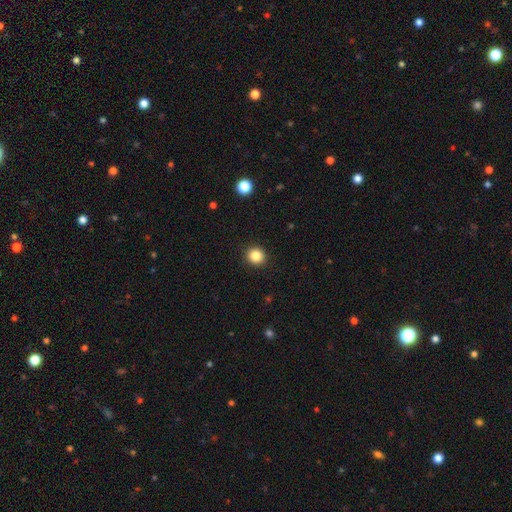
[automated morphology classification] Smooth or featured? smooth (85%)
How rounded? round (89%)
Merging? none (92%)